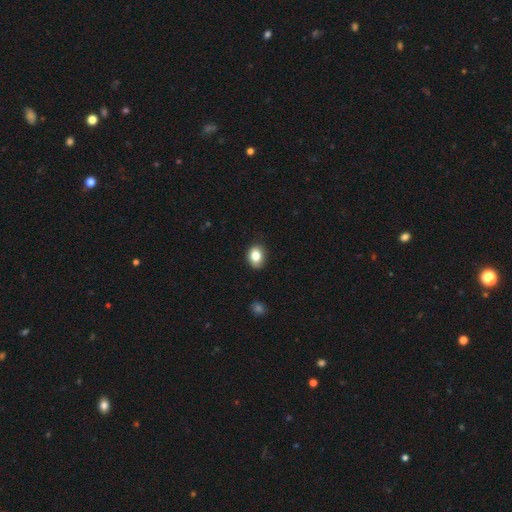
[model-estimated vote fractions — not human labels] This appears to be a smooth galaxy with no disk features (83%) that is in between round and cigar-shaped (62%). Merging: none (84%).